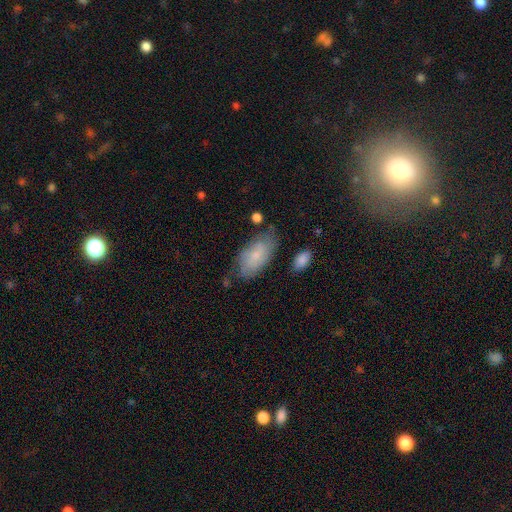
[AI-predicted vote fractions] Overall: smooth (64%; featured or disk 29%). How rounded: in between (93%). Merging: none (63%; minor disturbance 25%).